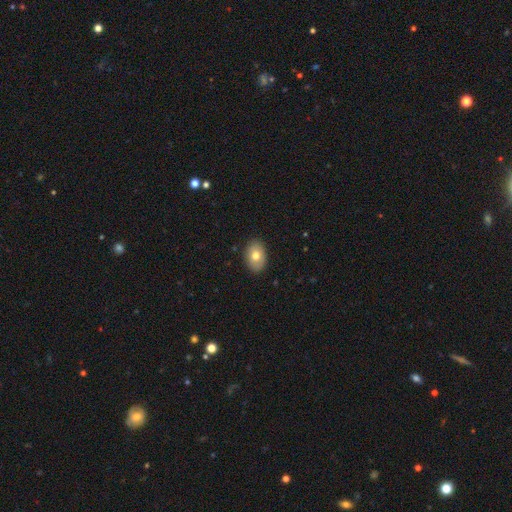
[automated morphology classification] This appears to be a smooth galaxy with no disk features (75%) that is in between round and cigar-shaped (84%). Merging: none (88%).